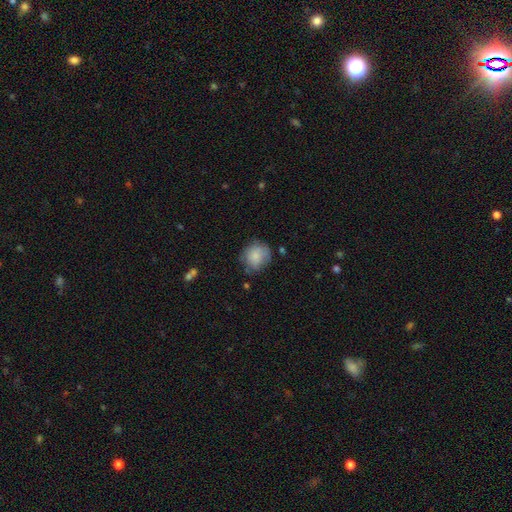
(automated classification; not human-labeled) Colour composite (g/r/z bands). It shows a smooth galaxy with no disk features (80%) that is round (78%). Merging: none (63%).